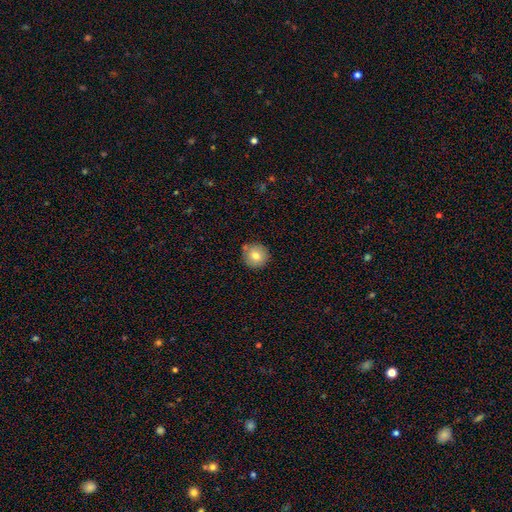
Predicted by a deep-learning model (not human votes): Smooth or featured? Predicted: smooth (p=0.77). How rounded? Predicted: round (p=0.94). Merging? Predicted: none (p=0.81).